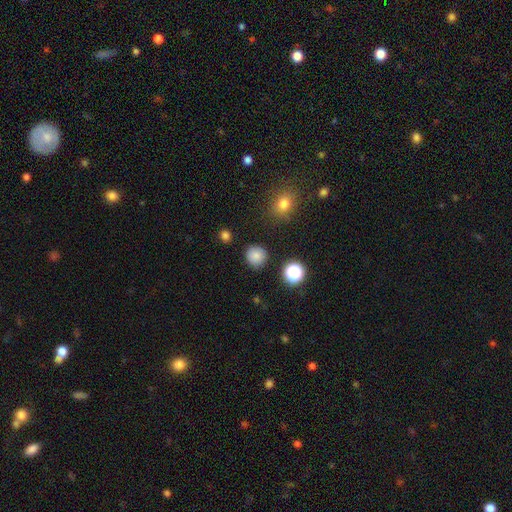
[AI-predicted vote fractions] Q: Smooth or featured?
A: smooth (82%); runner-up: star or artifact (13%)
Q: How rounded?
A: round (92%); runner-up: in between (7%)
Q: Merging?
A: none (88%); runner-up: minor disturbance (8%)